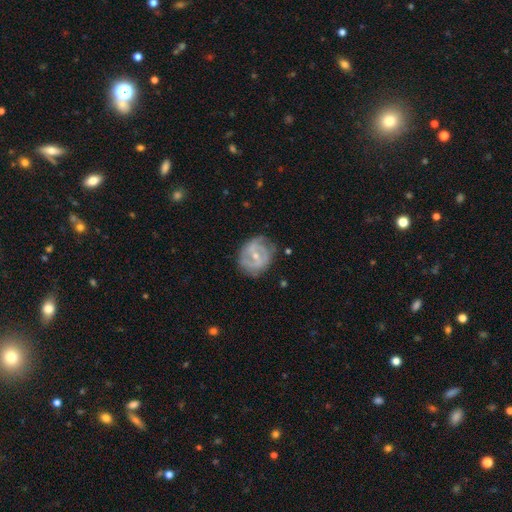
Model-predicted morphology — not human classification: A featured or disk galaxy (77%) with a weak bar (48%), 2 (63%) medium (43%) spiral arms (82%) and a small central bulge (54%). Merging: none (67%).